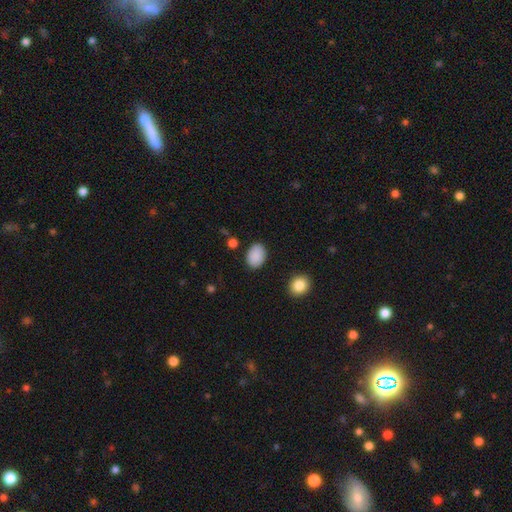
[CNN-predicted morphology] This is clearly a smooth galaxy (90%). How rounded: likely in between (78%). Merging: clearly none (86%).